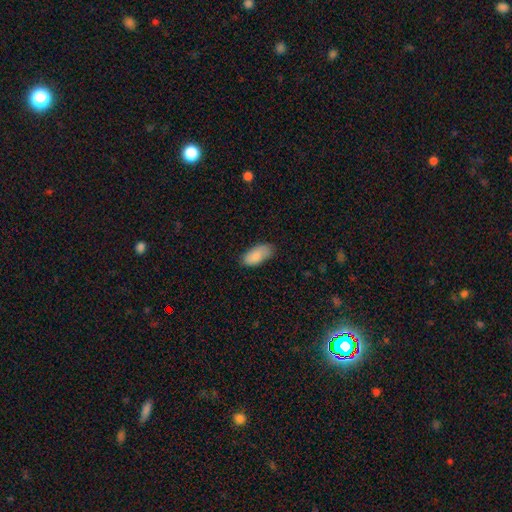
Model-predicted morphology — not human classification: smooth_or_featured: smooth (p=0.86) [alt: featured or disk p=0.08]
how_rounded: in between (p=0.92) [alt: cigar-shaped p=0.06]
merging: none (p=0.76) [alt: minor disturbance p=0.20]